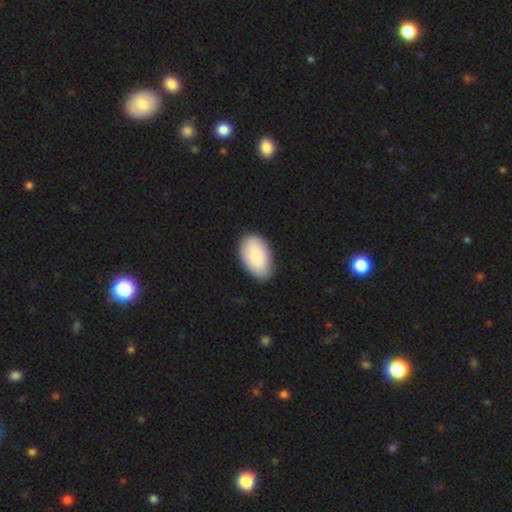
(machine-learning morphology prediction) Q: Smooth or featured?
A: smooth (87%); runner-up: featured or disk (8%)
Q: How rounded?
A: in between (94%); runner-up: round (5%)
Q: Merging?
A: none (84%); runner-up: minor disturbance (12%)